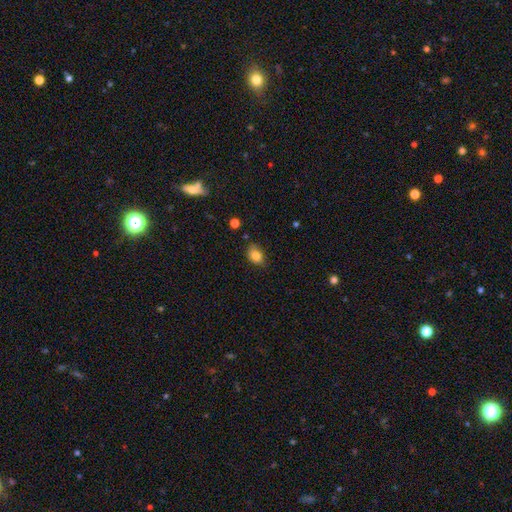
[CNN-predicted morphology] type=smooth (83%); roundness=in between (77%); merging=none (72%).